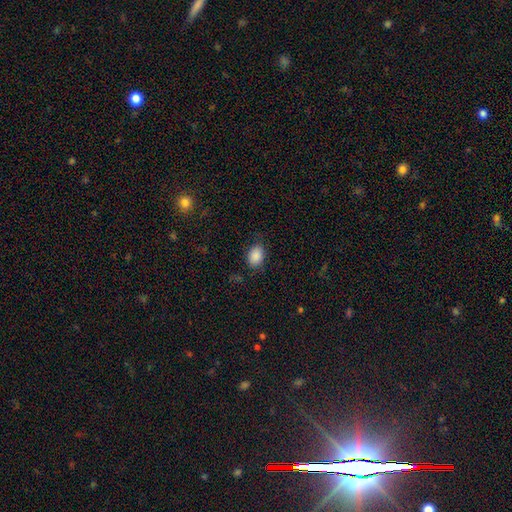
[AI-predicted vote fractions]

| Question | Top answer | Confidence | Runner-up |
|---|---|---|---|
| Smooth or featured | smooth | 88% | star or artifact (9%) |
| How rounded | in between | 78% | round (21%) |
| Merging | none | 78% | minor disturbance (16%) |